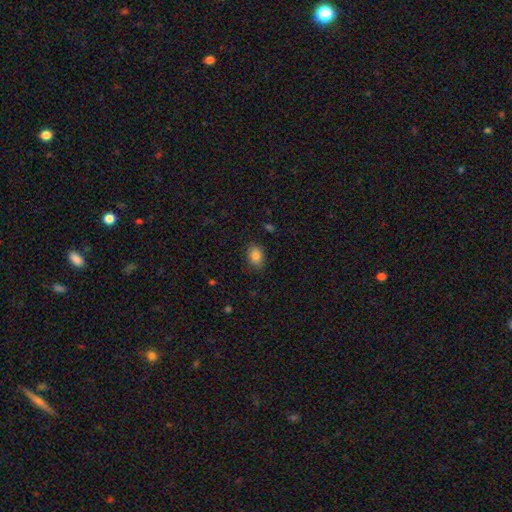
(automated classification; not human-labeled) Smooth or featured: smooth — 85% (star or artifact — 9%)
How rounded: in between — 75% (round — 24%)
Merging: none — 83% (minor disturbance — 13%)